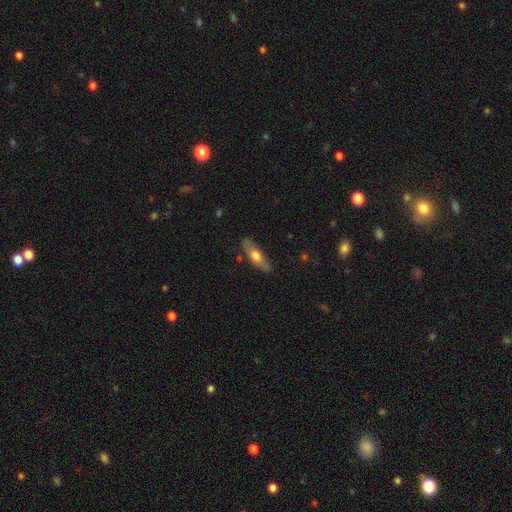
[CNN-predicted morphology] This is possibly a smooth galaxy (55%). How rounded: possibly cigar-shaped (53%). Merging: clearly none (81%).